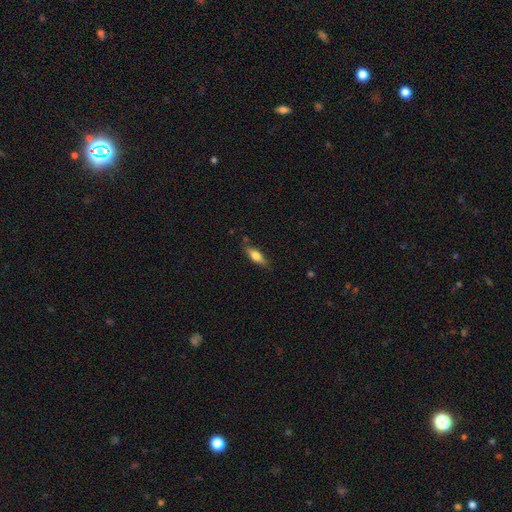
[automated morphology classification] smooth_or_featured: smooth (p=0.67) [alt: featured or disk p=0.26]
how_rounded: in between (p=0.55) [alt: cigar-shaped p=0.42]
merging: none (p=0.79) [alt: minor disturbance p=0.15]